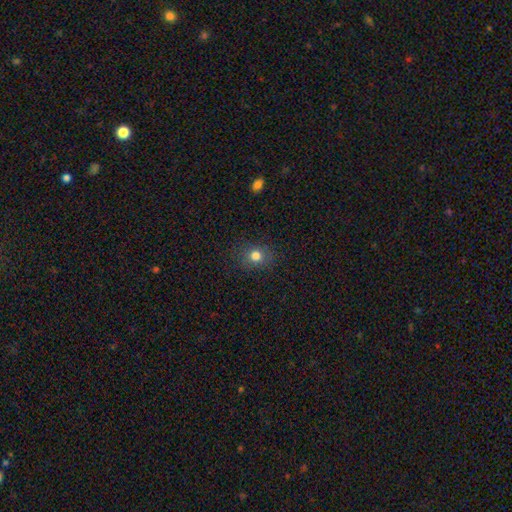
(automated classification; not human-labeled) A smooth galaxy with no disk features (79%) that is round (73%).

Vote fractions:
- Smooth or featured? smooth: 79% / star or artifact: 14% / featured or disk: 7%
- How rounded? round: 73% / in between: 26% / cigar-shaped: 1%
- Merging? none: 85% / minor disturbance: 10% / major disturbance: 3% / merger: 1%